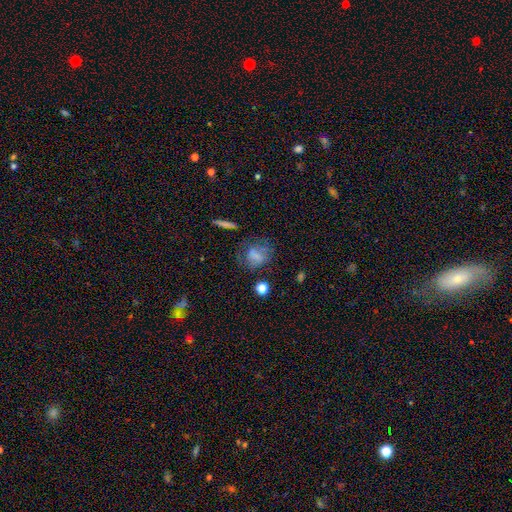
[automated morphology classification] This appears to be a smooth galaxy with no disk features (62%) that is round (54%). Merging: none (52%).